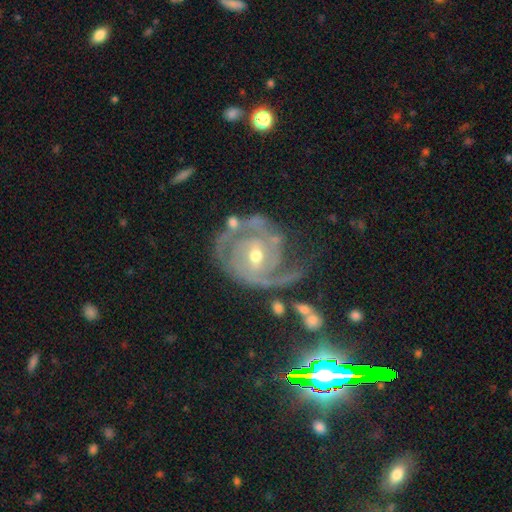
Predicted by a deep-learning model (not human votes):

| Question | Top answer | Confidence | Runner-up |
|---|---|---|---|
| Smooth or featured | featured or disk | 89% | star or artifact (7%) |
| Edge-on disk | no | 98% | yes (2%) |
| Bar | no | 42% | weak (41%) |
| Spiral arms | yes | 97% | no (3%) |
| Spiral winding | tight | 54% | medium (38%) |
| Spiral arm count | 2 | 55% | 3 (17%) |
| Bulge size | moderate | 55% | small (41%) |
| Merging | none | 57% | minor disturbance (21%) |